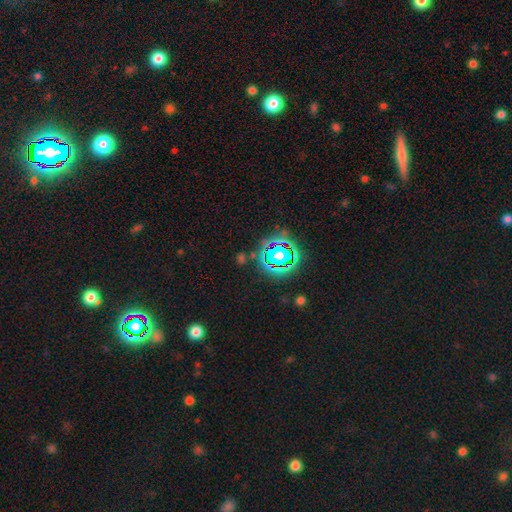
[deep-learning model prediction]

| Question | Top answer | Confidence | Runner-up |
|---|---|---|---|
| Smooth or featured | star or artifact | 74% | smooth (17%) |